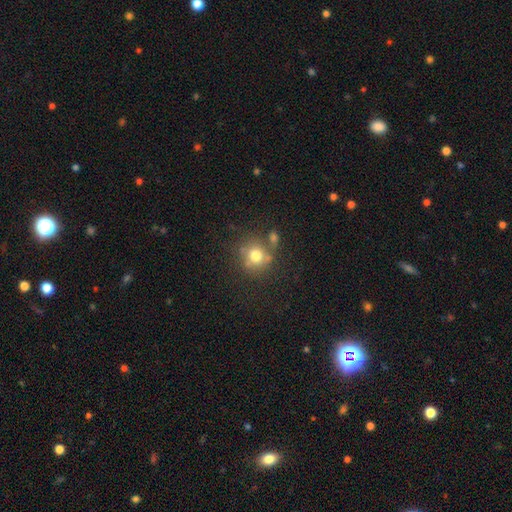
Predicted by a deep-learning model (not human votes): The model was most divided on "merging": none: 61%, merger: 18%, minor disturbance: 15%, major disturbance: 6%. More confident: how rounded — round (86%); smooth or featured — smooth (72%).